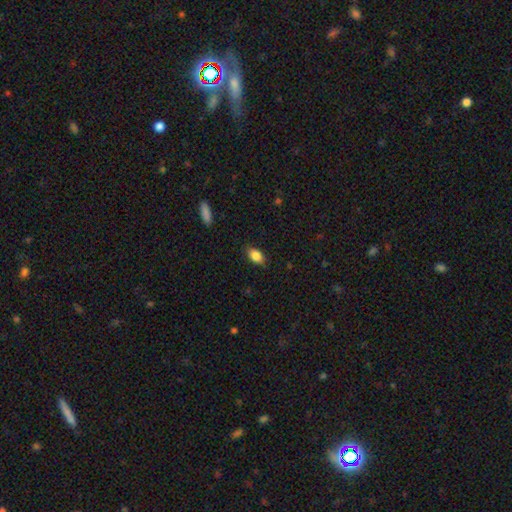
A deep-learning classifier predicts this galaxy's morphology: Smooth or featured?
  - smooth: 86% *
  - star or artifact: 8%
  - featured or disk: 6%
How rounded?
  - in between: 89% *
  - round: 7%
  - cigar-shaped: 3%
Merging?
  - none: 85% *
  - minor disturbance: 11%
  - major disturbance: 2%
  - merger: 1%